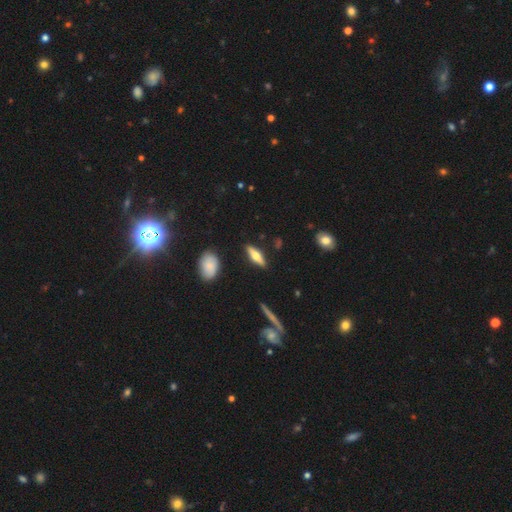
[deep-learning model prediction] This appears to be a featured or disk galaxy (49%). Merging: none (87%).